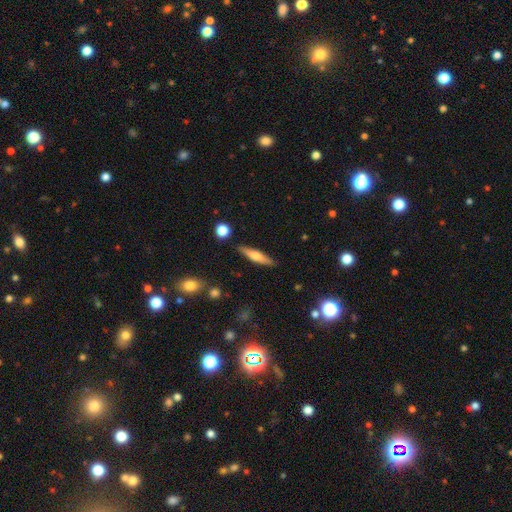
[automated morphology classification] Smooth or featured? Predicted: smooth (p=0.53). How rounded? Predicted: cigar-shaped (p=0.82). Merging? Predicted: none (p=0.88).